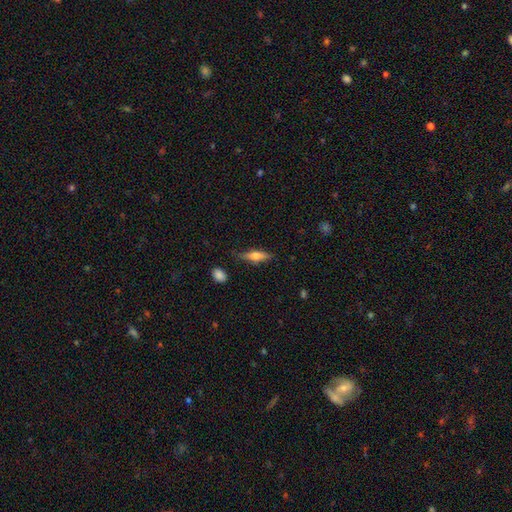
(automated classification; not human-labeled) Smooth or featured?
  - smooth: 51% *
  - featured or disk: 42%
  - star or artifact: 7%
How rounded?
  - cigar-shaped: 62% *
  - in between: 35%
  - round: 3%
Merging?
  - none: 81% *
  - minor disturbance: 14%
  - major disturbance: 3%
  - merger: 2%